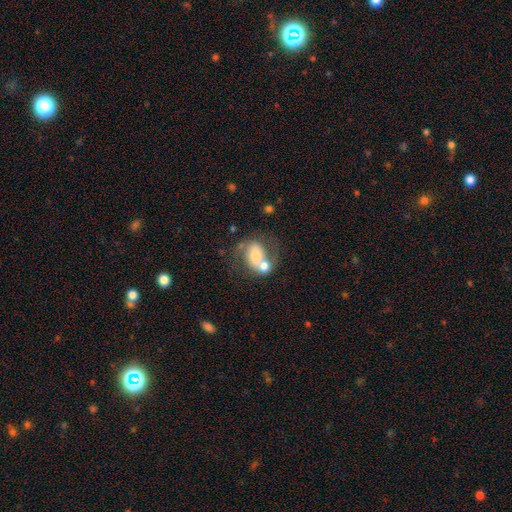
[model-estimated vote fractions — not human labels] Smooth or featured? Predicted: smooth (p=0.48). Merging? Predicted: merger (p=0.48).